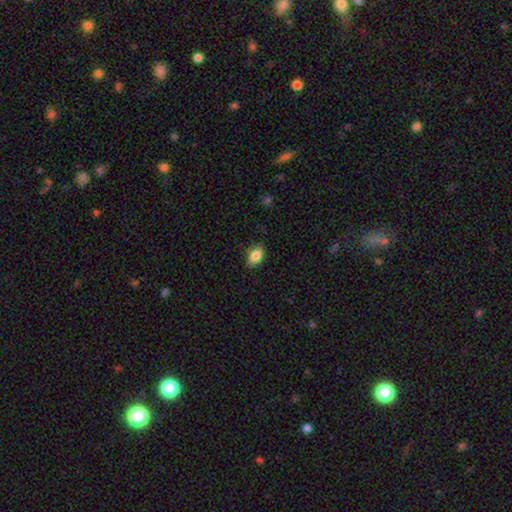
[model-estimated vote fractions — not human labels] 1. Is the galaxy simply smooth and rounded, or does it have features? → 84% smooth, 8% featured or disk, 8% star or artifact.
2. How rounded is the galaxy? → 88% in between, 8% round, 4% cigar-shaped.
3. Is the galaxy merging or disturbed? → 80% none, 16% minor disturbance, 3% major disturbance, 1% merger.